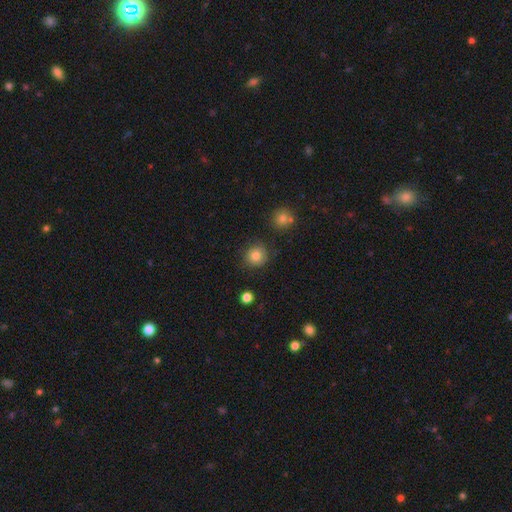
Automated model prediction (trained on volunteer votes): Smooth or featured: smooth — 82% (star or artifact — 11%)
How rounded: round — 90% (in between — 9%)
Merging: none — 85% (minor disturbance — 9%)